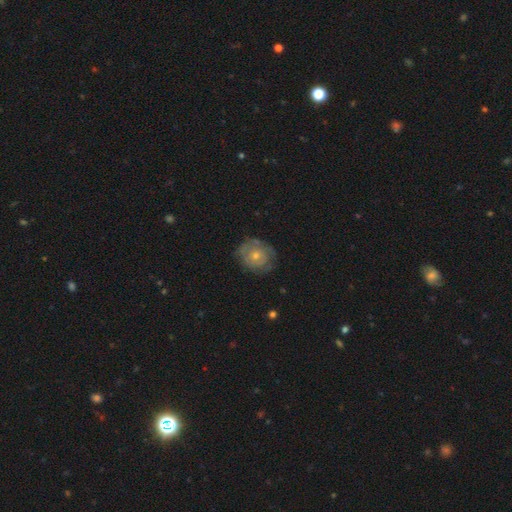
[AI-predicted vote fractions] A featured or disk galaxy (52%) with no bar (85%), spiral arms (58%) and a small central bulge (52%).

Vote fractions:
- Smooth or featured? featured or disk: 52% / smooth: 42% / star or artifact: 7%
- Edge-on disk? no: 97% / yes: 3%
- Bar? no: 85% / weak: 13% / strong: 2%
- Spiral arms? yes: 58% / no: 42%
- Bulge size? small: 52% / moderate: 43% / large: 2% / none: 2% / dominant: 1%
- Merging? none: 68% / minor disturbance: 22% / major disturbance: 8% / merger: 2%